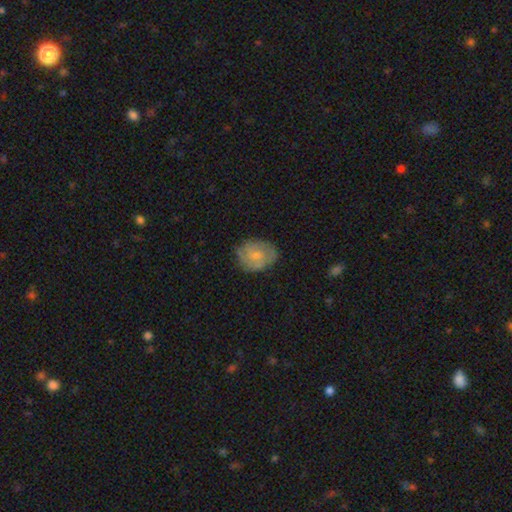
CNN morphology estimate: A smooth galaxy with no disk features (48%).

Vote fractions:
- Smooth or featured? smooth: 48% / featured or disk: 45% / star or artifact: 7%
- Merging? none: 71% / minor disturbance: 22% / major disturbance: 6% / merger: 1%